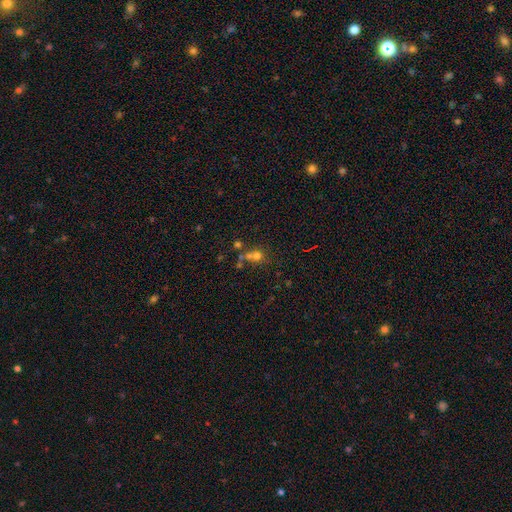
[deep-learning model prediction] A smooth galaxy with no disk features (60%) that is round (78%).

Vote fractions:
- Smooth or featured? smooth: 60% / star or artifact: 24% / featured or disk: 16%
- How rounded? round: 78% / in between: 21% / cigar-shaped: 1%
- Merging? none: 43% / merger: 42% / minor disturbance: 9% / major disturbance: 6%